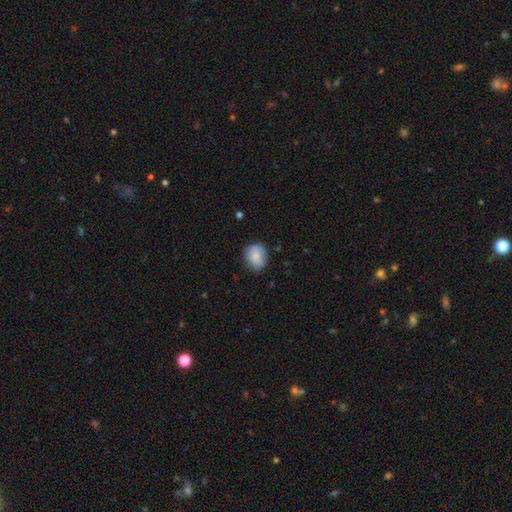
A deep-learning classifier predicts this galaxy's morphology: A smooth galaxy with no disk features (81%) that is round (64%).

Vote fractions:
- Smooth or featured? smooth: 81% / featured or disk: 12% / star or artifact: 8%
- How rounded? round: 64% / in between: 35% / cigar-shaped: 1%
- Merging? none: 73% / minor disturbance: 21% / major disturbance: 4% / merger: 2%